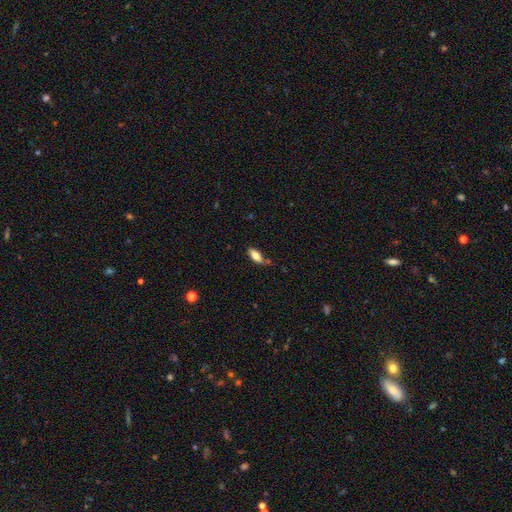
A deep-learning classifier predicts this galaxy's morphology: A smooth galaxy with no disk features (74%) that is in between round and cigar-shaped (80%). Merging: none (65%).